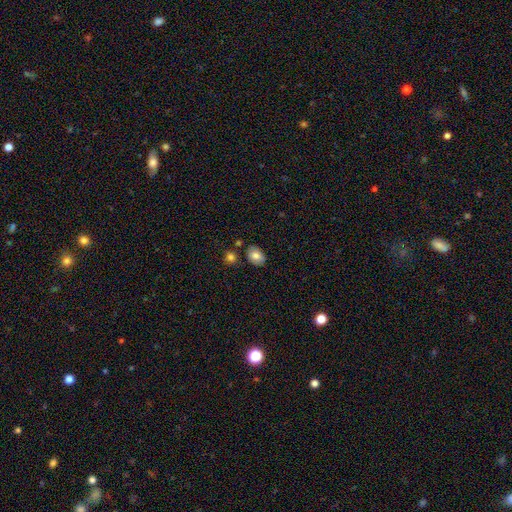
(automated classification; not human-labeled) smooth 79%, featured or disk 12%, star or artifact 8%. Down the decision tree: how rounded — in between (73%); merging — none (79%).